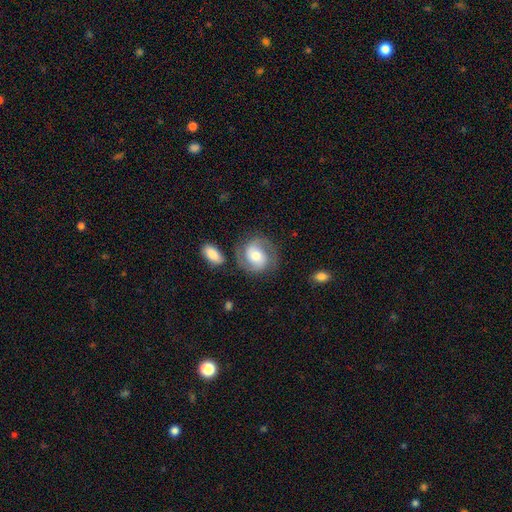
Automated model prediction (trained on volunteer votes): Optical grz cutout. It shows a featured or disk galaxy (64%) with no bar (53%), 2 (85%) medium (47%) spiral arms (90%) and a moderate central bulge (66%). Merging: none (70%).